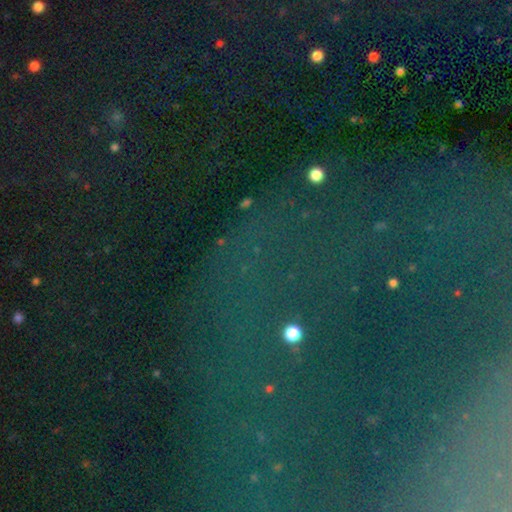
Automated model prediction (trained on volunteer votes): Smooth or featured? Predicted: star or artifact (p=0.83).